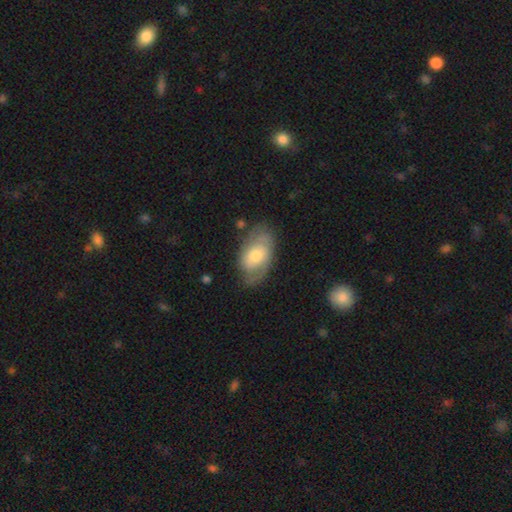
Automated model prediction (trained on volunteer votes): Smooth or featured?
  - featured or disk: 51% *
  - smooth: 42%
  - star or artifact: 6%
Edge-on disk?
  - no: 93% *
  - yes: 7%
Merging?
  - none: 62% *
  - minor disturbance: 25%
  - major disturbance: 11%
  - merger: 2%